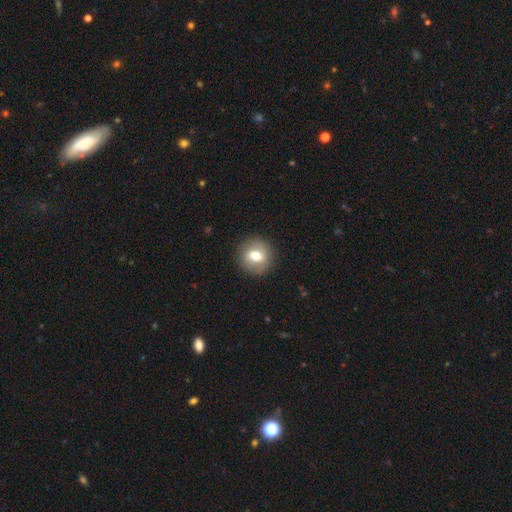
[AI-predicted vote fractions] smooth 66%, featured or disk 25%, star or artifact 9%. Down the decision tree: how rounded — round (87%); merging — none (89%).